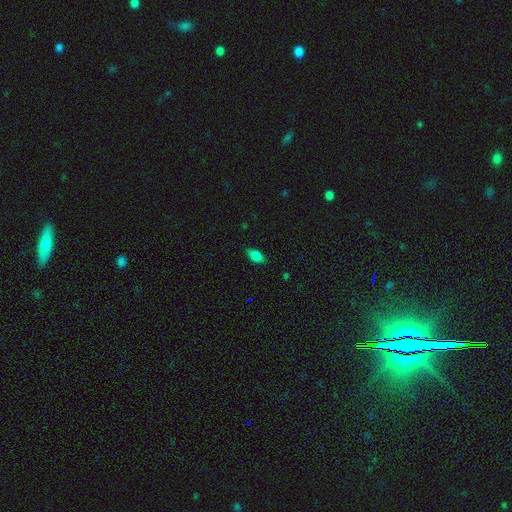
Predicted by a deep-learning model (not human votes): Smooth or featured?
  - smooth: 77% *
  - featured or disk: 13%
  - star or artifact: 10%
How rounded?
  - in between: 86% *
  - cigar-shaped: 9%
  - round: 6%
Merging?
  - none: 80% *
  - minor disturbance: 16%
  - major disturbance: 3%
  - merger: 1%